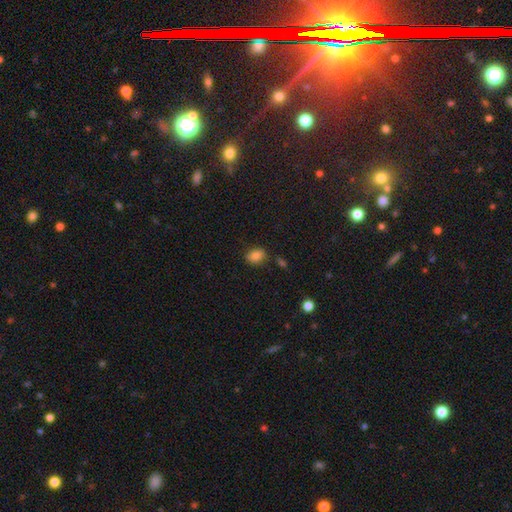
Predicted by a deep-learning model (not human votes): Smooth or featured?
  - smooth: 84% *
  - star or artifact: 10%
  - featured or disk: 6%
How rounded?
  - in between: 73% *
  - round: 26%
  - cigar-shaped: 2%
Merging?
  - none: 79% *
  - minor disturbance: 14%
  - merger: 4%
  - major disturbance: 3%